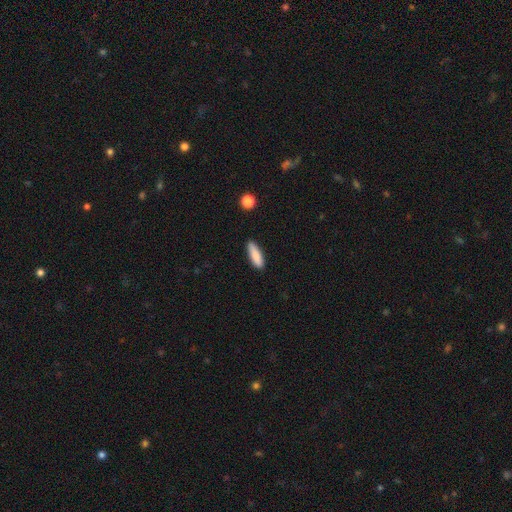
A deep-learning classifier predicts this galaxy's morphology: Q: Smooth or featured?
A: smooth (86%); runner-up: featured or disk (8%)
Q: How rounded?
A: cigar-shaped (57%); runner-up: in between (41%)
Q: Merging?
A: none (86%); runner-up: minor disturbance (11%)